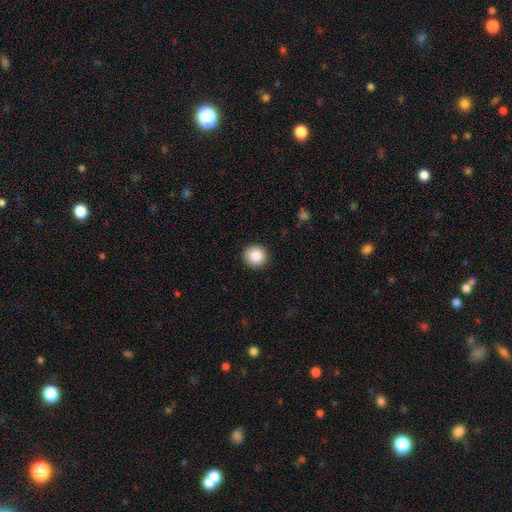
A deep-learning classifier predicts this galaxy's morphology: Overall: smooth (87%). How rounded: round (94%). Merging: none (91%).